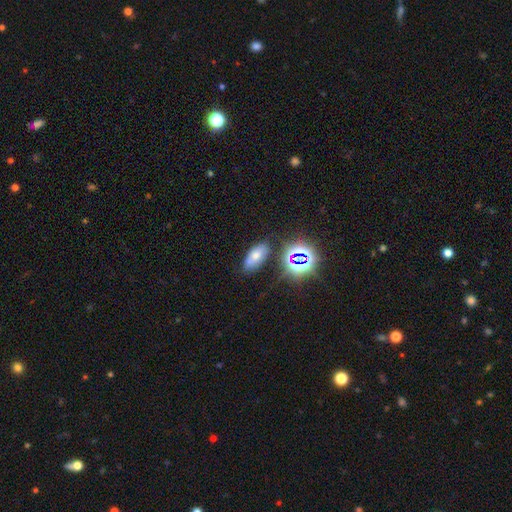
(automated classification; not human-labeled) Smooth or featured: smooth — 49% (star or artifact — 34%)
Merging: none — 77% (minor disturbance — 14%)